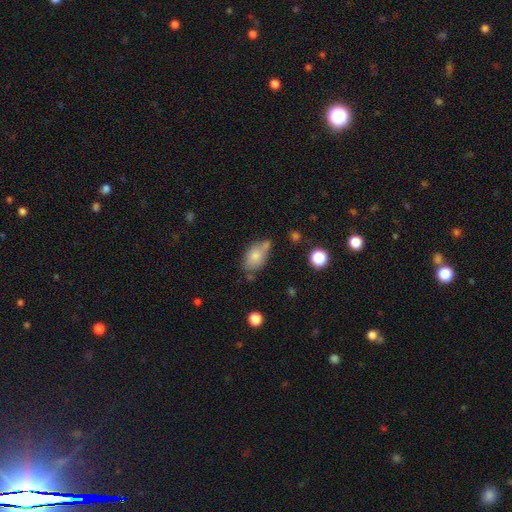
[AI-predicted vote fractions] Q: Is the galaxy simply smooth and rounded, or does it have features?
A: smooth — 78%.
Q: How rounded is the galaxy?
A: in between — 89%.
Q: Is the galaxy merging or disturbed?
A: none — 56%.